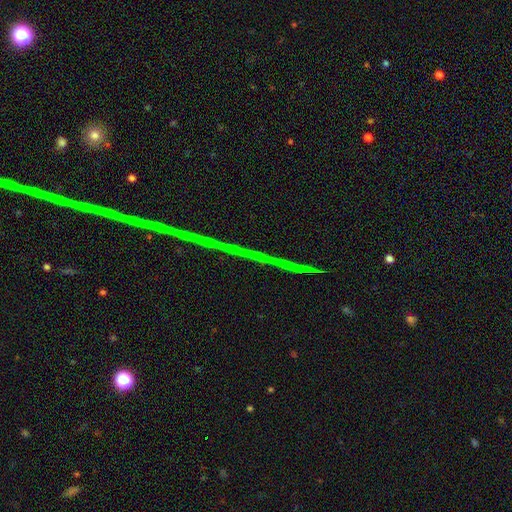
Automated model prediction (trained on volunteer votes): Smooth or featured?
  - star or artifact: 82% *
  - featured or disk: 12%
  - smooth: 5%